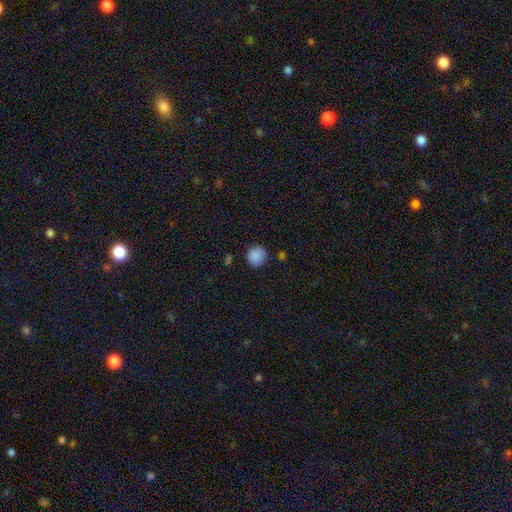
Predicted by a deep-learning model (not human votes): Smooth or featured: smooth — 88% (star or artifact — 9%)
How rounded: round — 88% (in between — 11%)
Merging: none — 84% (minor disturbance — 11%)